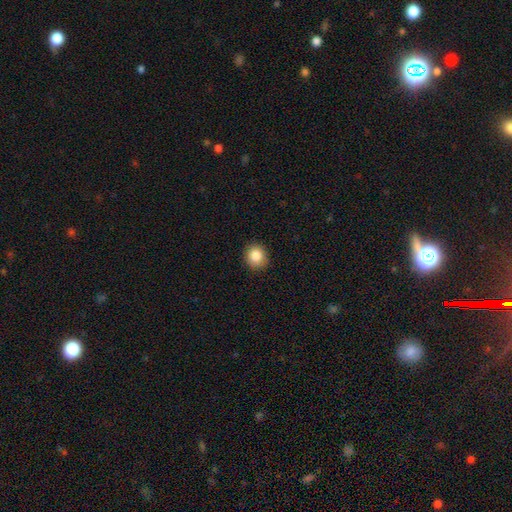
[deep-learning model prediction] Smooth or featured?
  - smooth: 86% *
  - star or artifact: 9%
  - featured or disk: 5%
How rounded?
  - round: 84% *
  - in between: 16%
  - cigar-shaped: 1%
Merging?
  - none: 91% *
  - minor disturbance: 7%
  - major disturbance: 2%
  - merger: 1%